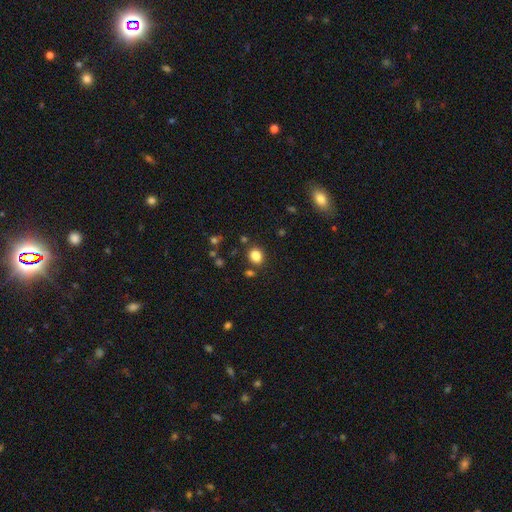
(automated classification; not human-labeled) This appears to be a smooth galaxy with no disk features (84%) that is round (57%). Merging: none (81%).